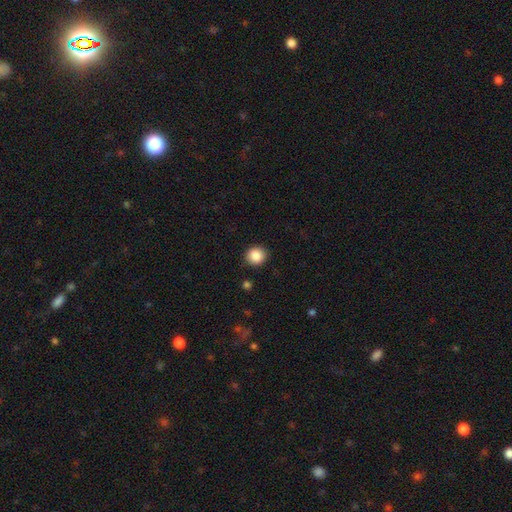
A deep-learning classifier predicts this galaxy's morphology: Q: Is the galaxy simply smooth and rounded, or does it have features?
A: smooth — 87%.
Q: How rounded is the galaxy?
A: round — 87%.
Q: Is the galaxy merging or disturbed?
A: none — 90%.